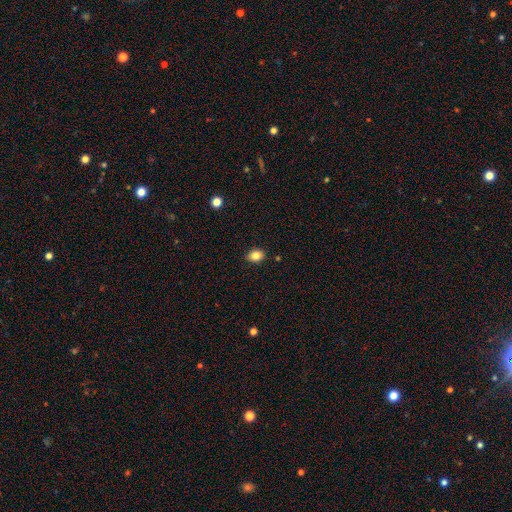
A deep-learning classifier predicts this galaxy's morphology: Overall: smooth (84%). How rounded: in between (68%; round 31%). Merging: none (88%).